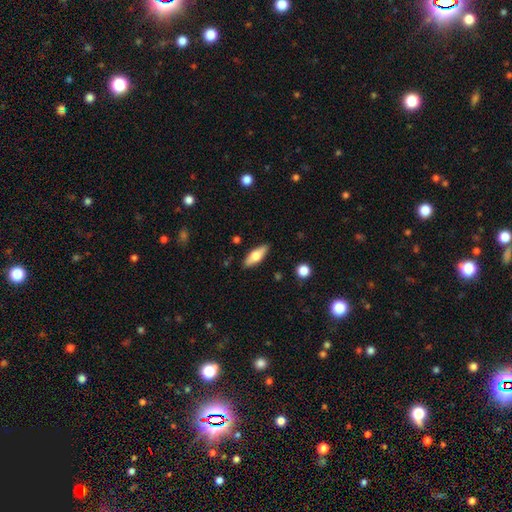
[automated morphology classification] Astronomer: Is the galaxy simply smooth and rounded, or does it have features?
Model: smooth — 61%.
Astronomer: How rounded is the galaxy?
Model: in between — 65%.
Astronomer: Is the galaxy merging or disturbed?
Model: none — 88%.